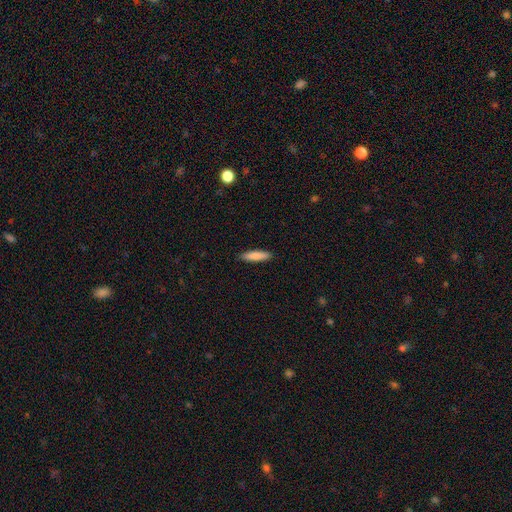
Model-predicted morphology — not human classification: This appears to be a smooth galaxy with no disk features (83%) that is cigar-shaped (77%). Merging: none (90%).